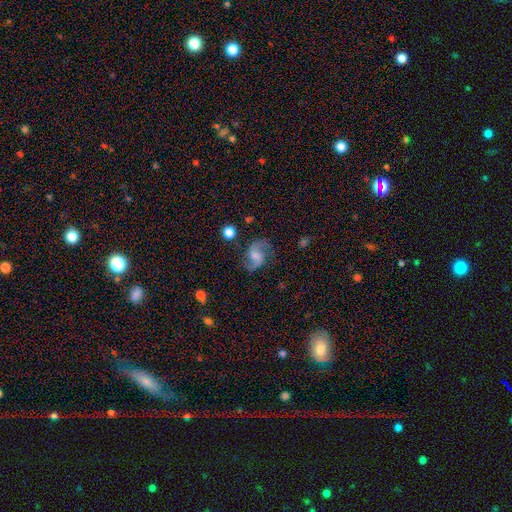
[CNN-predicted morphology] This appears to be a featured or disk galaxy (81%) with a weak bar (47%), 2 (92%) loose (60%) spiral arms (96%) and a moderate central bulge (33%). Merging: none (74%).